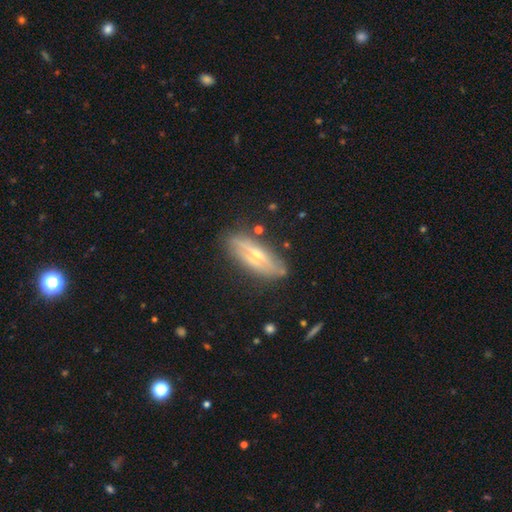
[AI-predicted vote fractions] The model was most divided on "edge-on disk": yes: 66%, no: 34%. More confident: merging — none (77%); smooth or featured — featured or disk (62%).